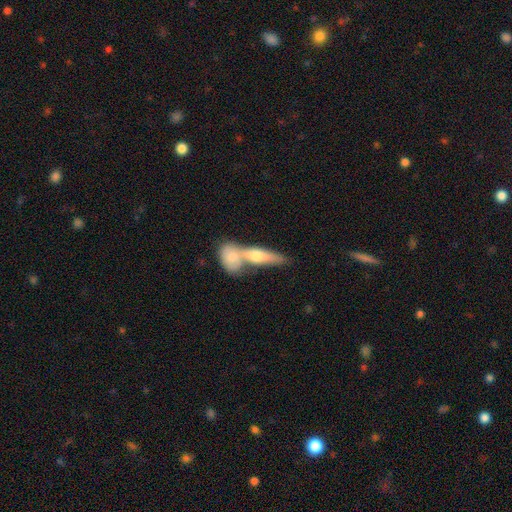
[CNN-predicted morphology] The model was most divided on "smooth or featured": featured or disk: 46%, smooth: 45%, star or artifact: 10%. More confident: merging — merger (62%).